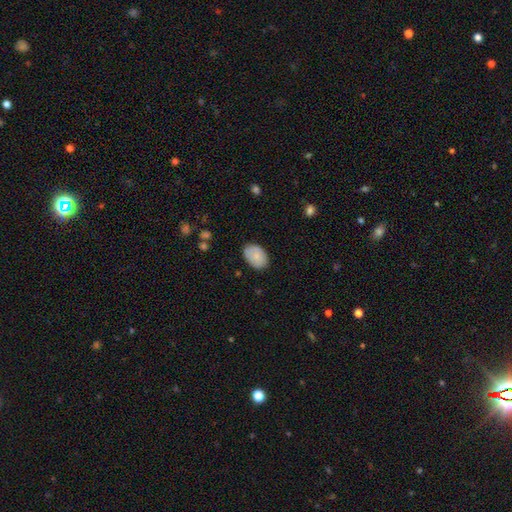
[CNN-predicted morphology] Smooth or featured?
  - smooth: 79% *
  - featured or disk: 14%
  - star or artifact: 7%
How rounded?
  - in between: 84% *
  - round: 15%
  - cigar-shaped: 1%
Merging?
  - none: 81% *
  - minor disturbance: 15%
  - major disturbance: 3%
  - merger: 1%